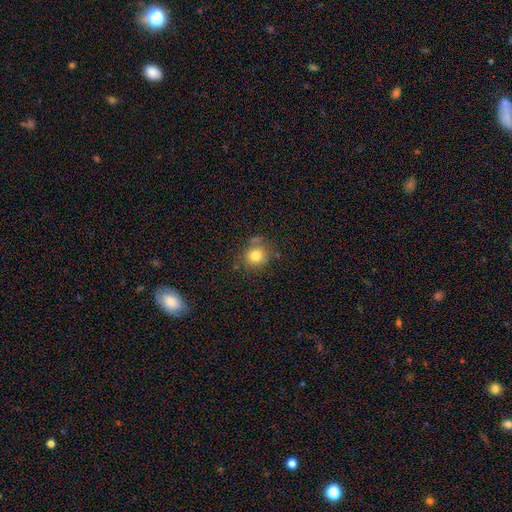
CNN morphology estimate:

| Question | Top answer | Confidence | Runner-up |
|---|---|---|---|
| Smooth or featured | smooth | 79% | star or artifact (12%) |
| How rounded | round | 87% | in between (12%) |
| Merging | none | 73% | minor disturbance (14%) |